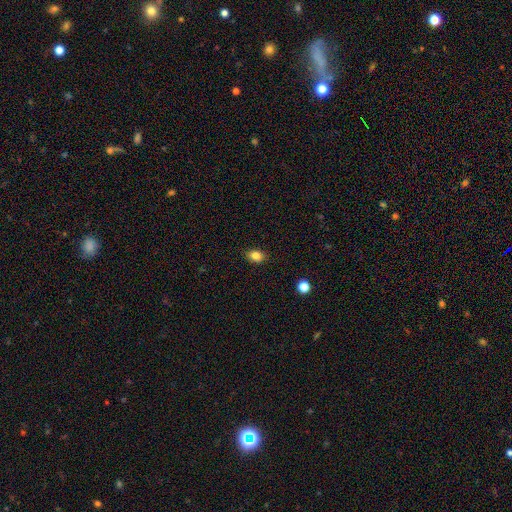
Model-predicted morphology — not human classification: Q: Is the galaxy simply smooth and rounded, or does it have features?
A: smooth — 84%.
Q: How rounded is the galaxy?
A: in between — 71%.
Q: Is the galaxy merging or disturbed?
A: none — 87%.